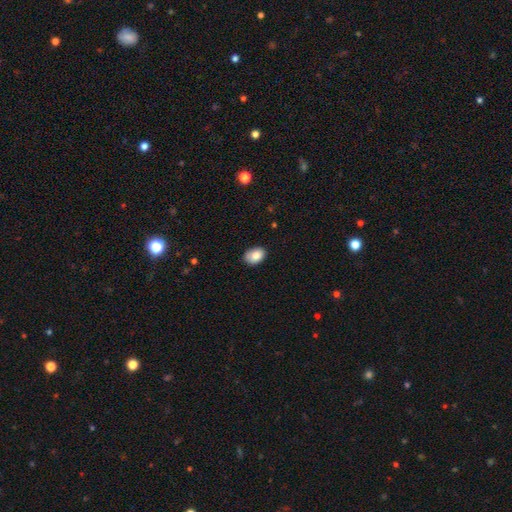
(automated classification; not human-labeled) smooth-or-featured: smooth: 84% | featured or disk: 9% | star or artifact: 8%
  how-rounded: in between: 80% | round: 19% | cigar-shaped: 1%
  merging: none: 80% | minor disturbance: 17% | major disturbance: 3% | merger: 1%